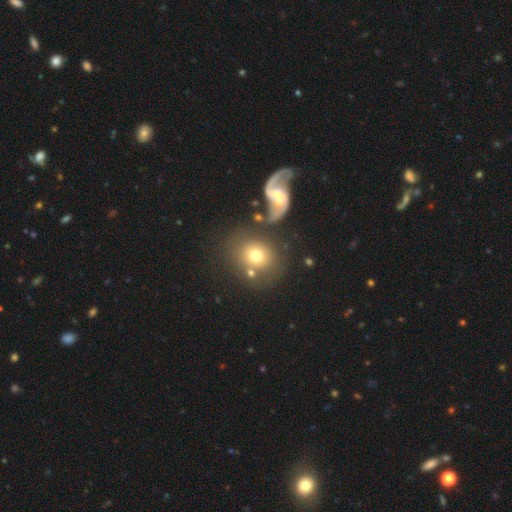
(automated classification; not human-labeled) Smooth or featured?
  - smooth: 70% *
  - featured or disk: 20%
  - star or artifact: 10%
How rounded?
  - round: 76% *
  - in between: 23%
  - cigar-shaped: 1%
Merging?
  - none: 56% *
  - merger: 22%
  - minor disturbance: 13%
  - major disturbance: 9%